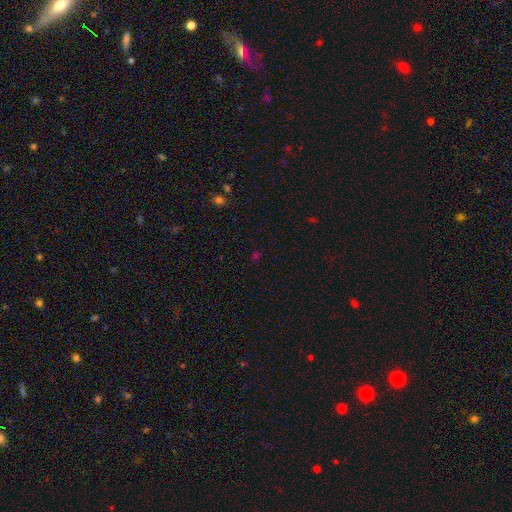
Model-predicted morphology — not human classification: Q: Smooth or featured?
A: star or artifact (55%); runner-up: smooth (39%)